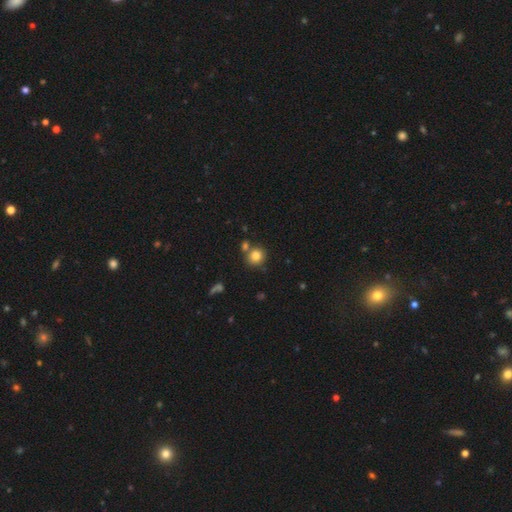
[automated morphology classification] Q: Smooth or featured?
A: smooth (81%); runner-up: star or artifact (11%)
Q: How rounded?
A: round (89%); runner-up: in between (10%)
Q: Merging?
A: none (71%); runner-up: merger (17%)